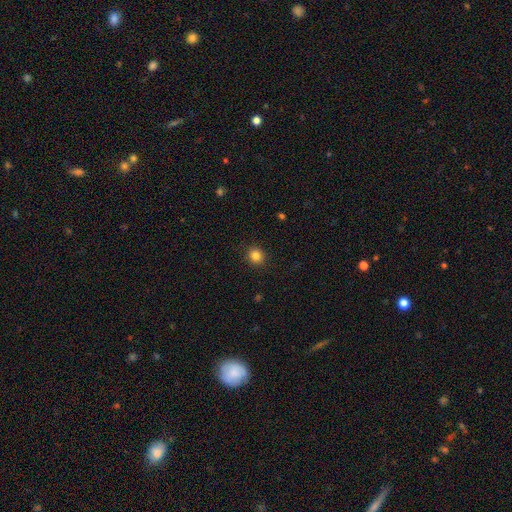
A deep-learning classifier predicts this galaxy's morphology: This appears to be a smooth galaxy with no disk features (84%) that is round (88%). Merging: none (91%).